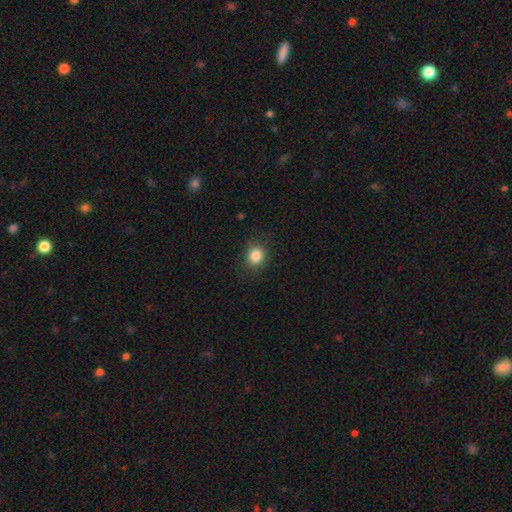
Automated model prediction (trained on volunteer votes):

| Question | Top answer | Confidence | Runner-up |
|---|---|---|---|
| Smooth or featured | smooth | 85% | star or artifact (11%) |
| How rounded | round | 76% | in between (23%) |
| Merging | none | 85% | minor disturbance (11%) |